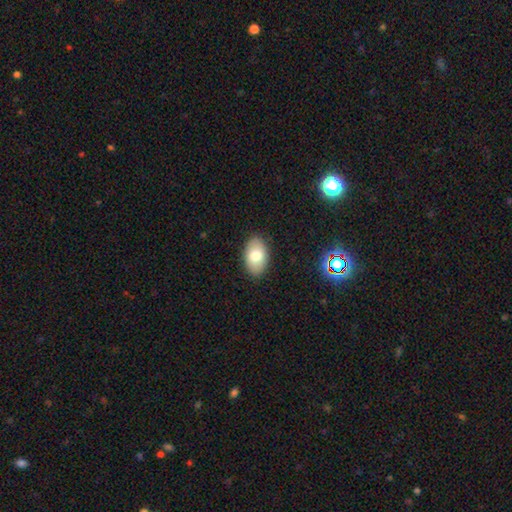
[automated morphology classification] Q: Smooth or featured?
A: smooth (77%); runner-up: featured or disk (15%)
Q: How rounded?
A: in between (92%); runner-up: round (6%)
Q: Merging?
A: none (88%); runner-up: minor disturbance (9%)